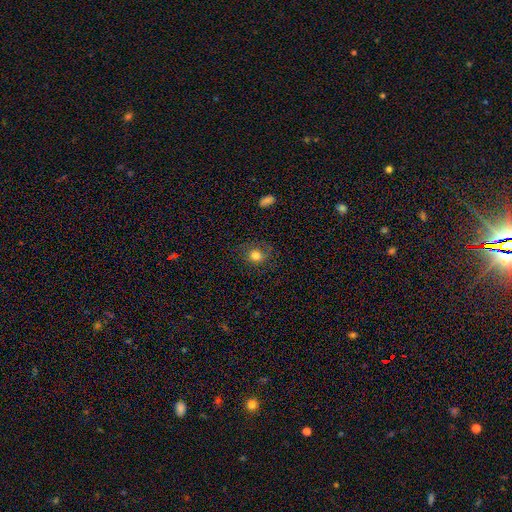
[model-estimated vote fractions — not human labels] smooth-or-featured: smooth: 72% | featured or disk: 15% | star or artifact: 13%
  how-rounded: round: 72% | in between: 27% | cigar-shaped: 1%
  merging: none: 69% | minor disturbance: 19% | major disturbance: 11% | merger: 2%